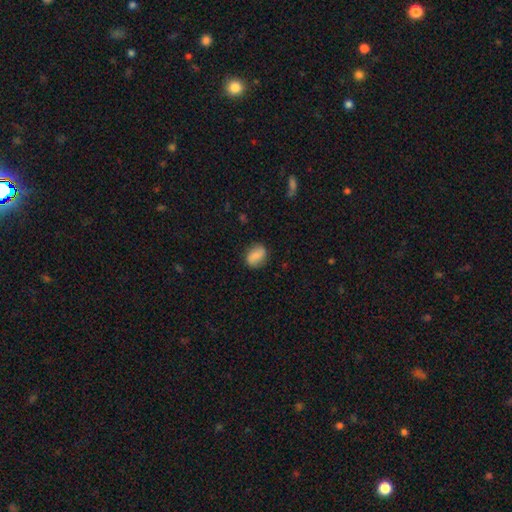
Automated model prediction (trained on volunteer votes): smooth-or-featured: smooth: 78% | featured or disk: 14% | star or artifact: 8%
  how-rounded: in between: 69% | round: 28% | cigar-shaped: 3%
  merging: none: 81% | minor disturbance: 14% | major disturbance: 4% | merger: 1%